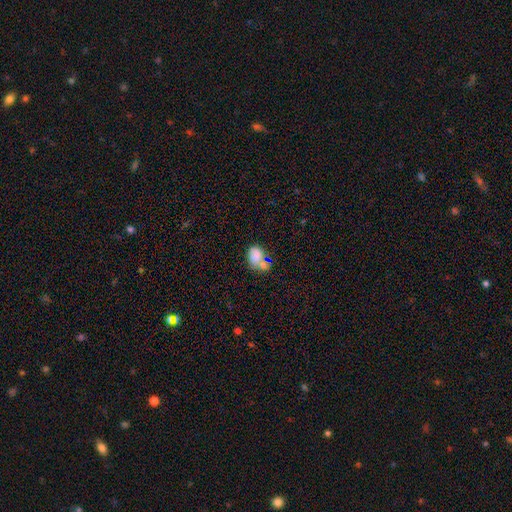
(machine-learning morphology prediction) Q: Smooth or featured?
A: smooth (78%); runner-up: star or artifact (12%)
Q: How rounded?
A: in between (69%); runner-up: round (29%)
Q: Merging?
A: none (45%); runner-up: merger (29%)